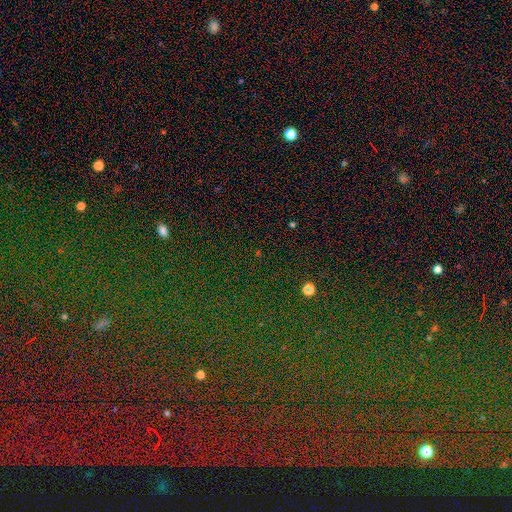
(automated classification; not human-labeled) Smooth or featured: star or artifact — 83% (smooth — 10%)